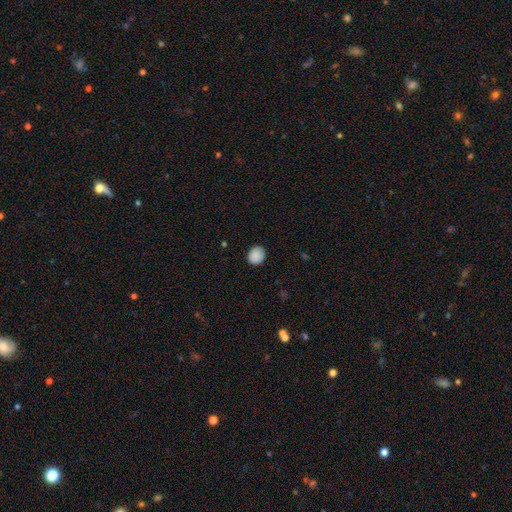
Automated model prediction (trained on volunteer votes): Smooth or featured: smooth — 88% (star or artifact — 8%)
How rounded: round — 69% (in between — 30%)
Merging: none — 85% (minor disturbance — 11%)